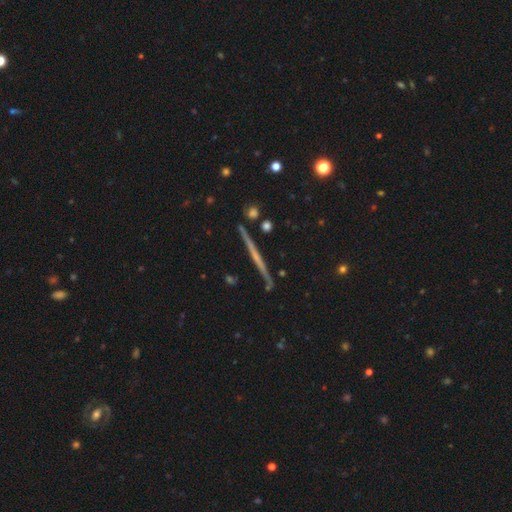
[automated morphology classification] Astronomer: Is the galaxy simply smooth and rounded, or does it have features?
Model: featured or disk — 73%.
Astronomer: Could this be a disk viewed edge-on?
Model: yes — 98%.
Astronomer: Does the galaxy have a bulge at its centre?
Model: none — 64%.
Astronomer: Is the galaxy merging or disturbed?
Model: none — 90%.